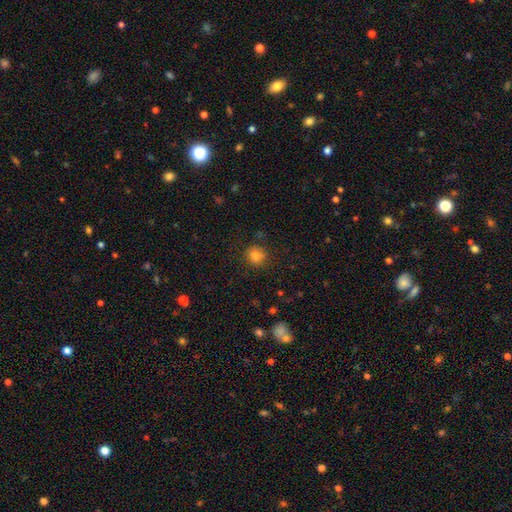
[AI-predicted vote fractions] The model was most divided on "smooth or featured": smooth: 82%, star or artifact: 12%, featured or disk: 6%. More confident: merging — none (87%); how rounded — round (86%).